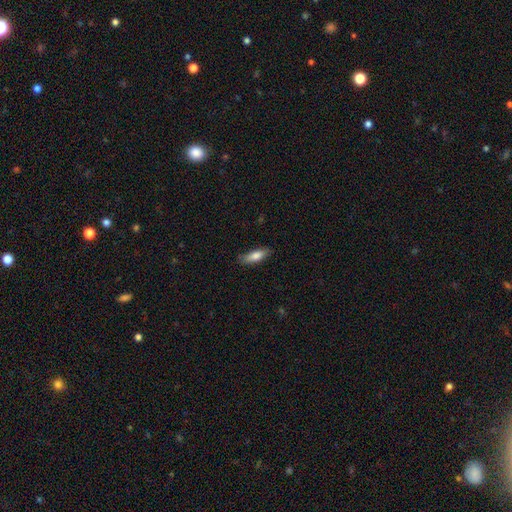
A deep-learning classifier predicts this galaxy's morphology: smooth_or_featured: smooth (p=0.78) [alt: featured or disk p=0.16]
how_rounded: in between (p=0.55) [alt: cigar-shaped p=0.43]
merging: none (p=0.80) [alt: minor disturbance p=0.16]